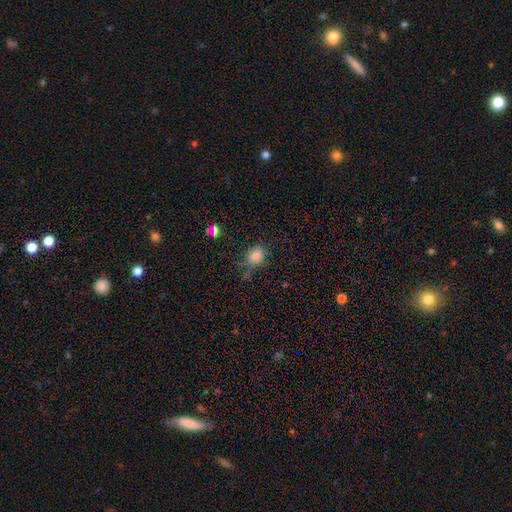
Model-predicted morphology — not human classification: The model was most divided on "how rounded": round: 57%, in between: 42%, cigar-shaped: 1%. More confident: smooth or featured — smooth (80%); merging — none (67%).